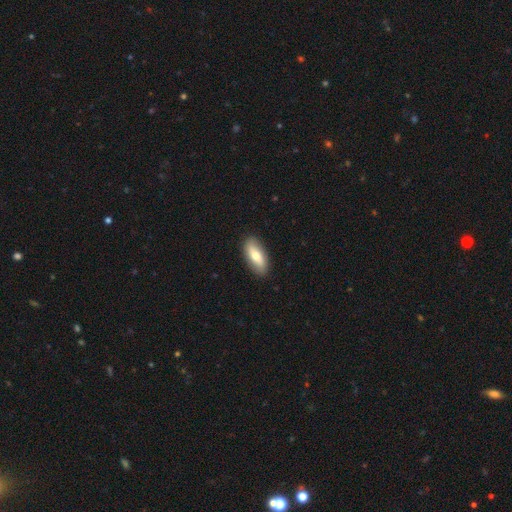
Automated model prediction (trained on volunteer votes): Overall: smooth (66%; featured or disk 28%). How rounded: in between (79%). Merging: none (88%).